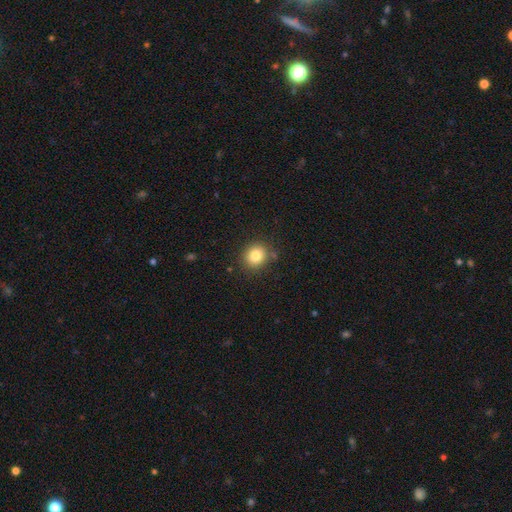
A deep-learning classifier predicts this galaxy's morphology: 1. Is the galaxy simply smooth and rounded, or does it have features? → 82% smooth, 11% star or artifact, 8% featured or disk.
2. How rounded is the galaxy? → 80% round, 19% in between, 1% cigar-shaped.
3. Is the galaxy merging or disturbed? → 85% none, 9% minor disturbance, 3% major disturbance, 3% merger.